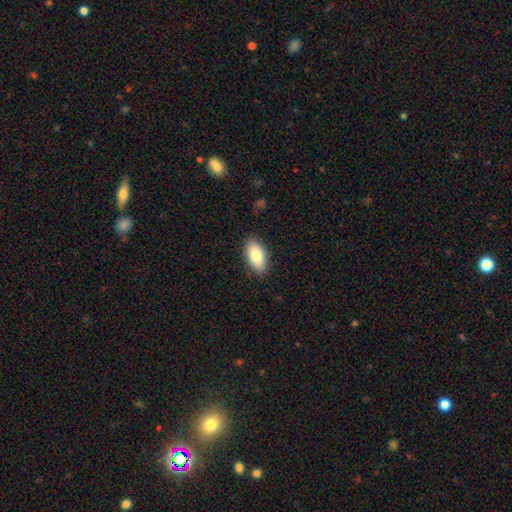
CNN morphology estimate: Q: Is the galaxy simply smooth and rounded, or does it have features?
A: smooth — 82%.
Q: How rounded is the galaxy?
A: in between — 92%.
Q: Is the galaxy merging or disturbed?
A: none — 88%.